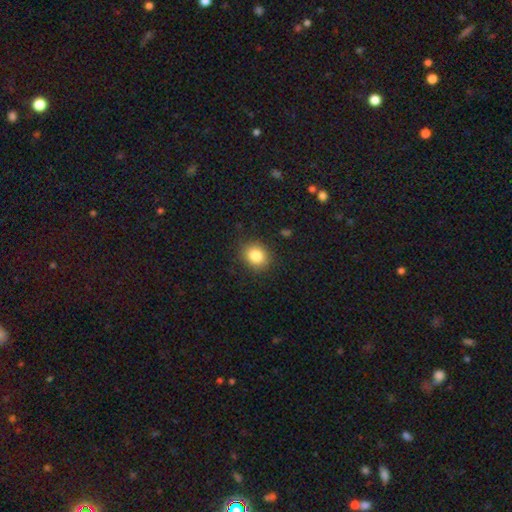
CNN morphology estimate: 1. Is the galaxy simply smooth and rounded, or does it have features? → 84% smooth, 10% star or artifact, 7% featured or disk.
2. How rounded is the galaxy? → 66% round, 33% in between, 1% cigar-shaped.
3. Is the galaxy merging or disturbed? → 87% none, 9% minor disturbance, 3% major disturbance, 1% merger.